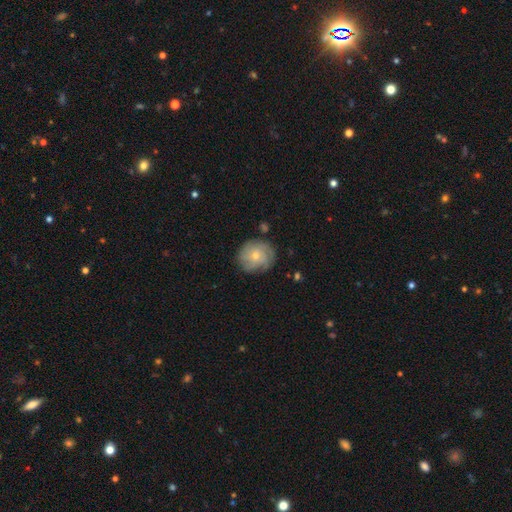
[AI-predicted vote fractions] Smooth or featured?
  - featured or disk: 48% *
  - smooth: 43%
  - star or artifact: 9%
Merging?
  - none: 76% *
  - minor disturbance: 16%
  - major disturbance: 5%
  - merger: 2%